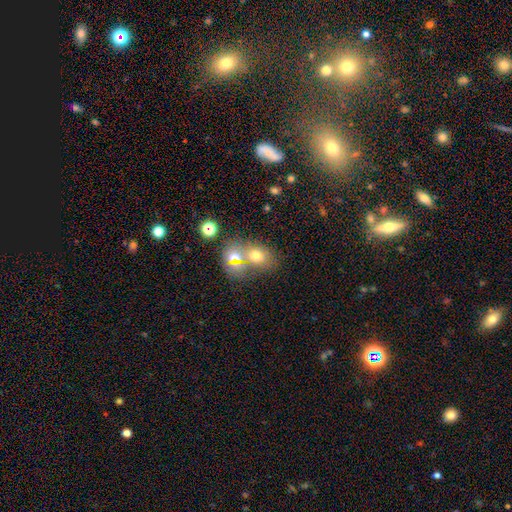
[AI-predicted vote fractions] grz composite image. It shows a smooth galaxy with no disk features (64%) that is in between round and cigar-shaped (56%). Merging: merger (44%).